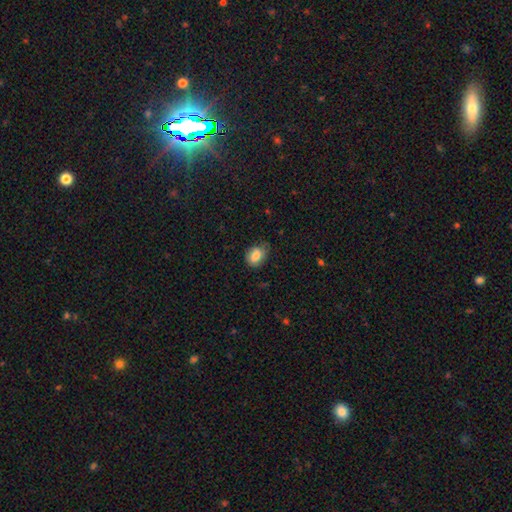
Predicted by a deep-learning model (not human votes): This appears to be a smooth galaxy with no disk features (82%) that is in between round and cigar-shaped (66%). Merging: none (63%).